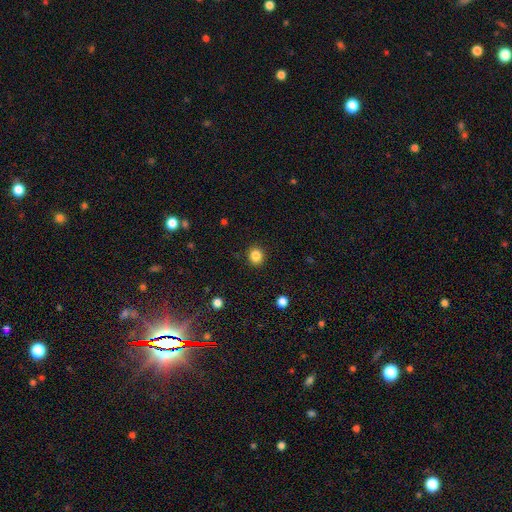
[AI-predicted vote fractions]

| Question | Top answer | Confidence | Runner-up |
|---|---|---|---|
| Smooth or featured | smooth | 85% | star or artifact (11%) |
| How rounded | round | 85% | in between (14%) |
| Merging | none | 91% | minor disturbance (6%) |